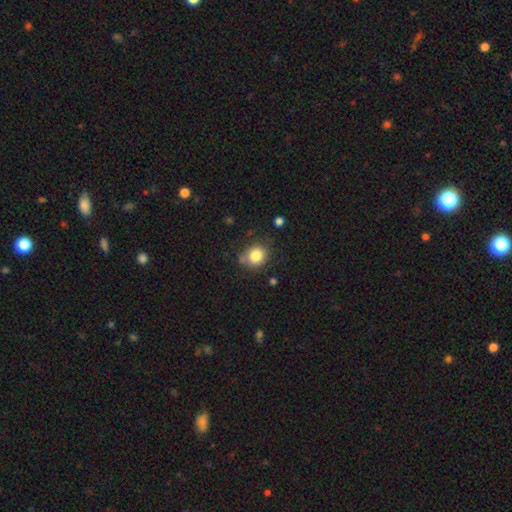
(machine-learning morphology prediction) This is clearly a smooth galaxy (82%). How rounded: likely round (78%). Merging: likely none (75%).